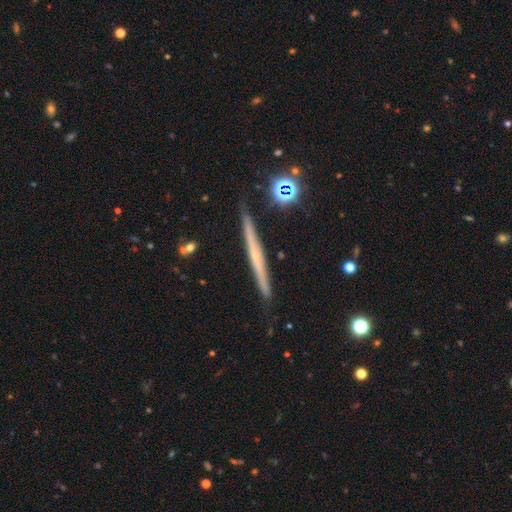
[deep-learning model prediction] smooth-or-featured: featured or disk: 62% | smooth: 29% | star or artifact: 9%
  disk-edge-on: yes: 97% | no: 3%
    edge-on-bulge: none: 71% | rounded: 24% | boxy: 4%
  merging: none: 88% | minor disturbance: 9% | merger: 2% | major disturbance: 1%